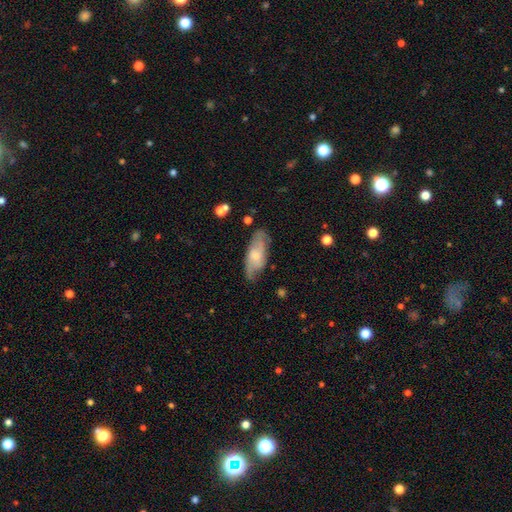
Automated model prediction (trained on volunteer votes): This is possibly a featured or disk galaxy (51%). It is clearly not viewed edge-on (83%). Merging: likely none (71%).